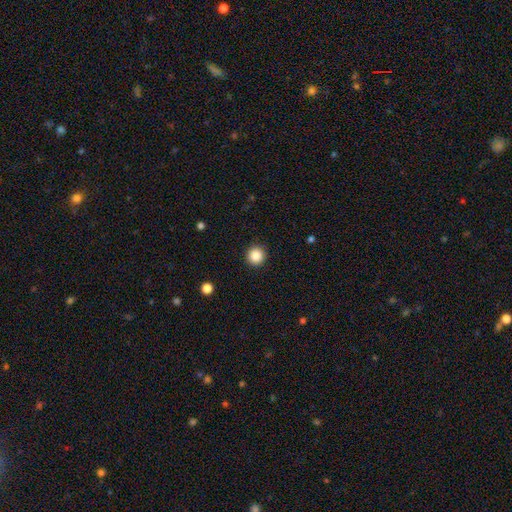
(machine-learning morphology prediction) This is clearly a smooth galaxy (87%). How rounded: clearly round (95%). Merging: clearly none (93%).